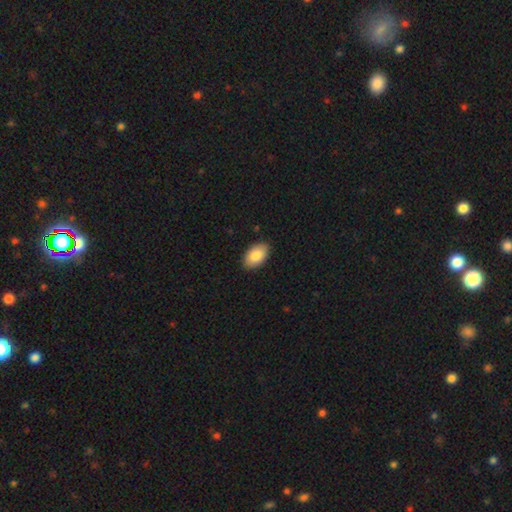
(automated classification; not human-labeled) smooth 84%, featured or disk 9%, star or artifact 6%. Down the decision tree: how rounded — in between (94%); merging — none (89%).